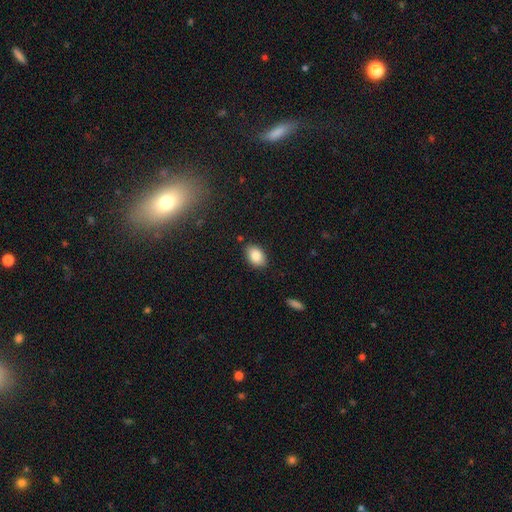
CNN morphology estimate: This appears to be a smooth galaxy with no disk features (85%) that is in between round and cigar-shaped (86%). Merging: none (84%).